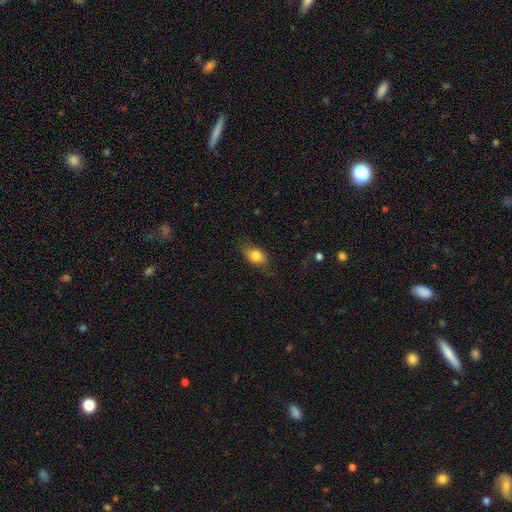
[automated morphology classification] Smooth or featured: smooth — 79% (featured or disk — 13%)
How rounded: in between — 78% (round — 18%)
Merging: none — 70% (minor disturbance — 22%)